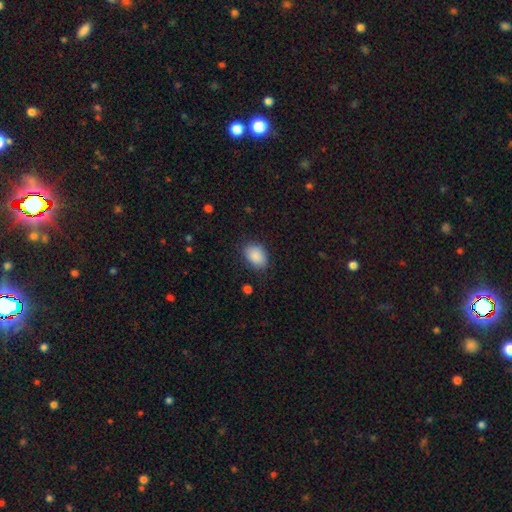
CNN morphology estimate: Smooth or featured? Predicted: smooth (p=0.89). How rounded? Predicted: in between (p=0.82). Merging? Predicted: none (p=0.82).